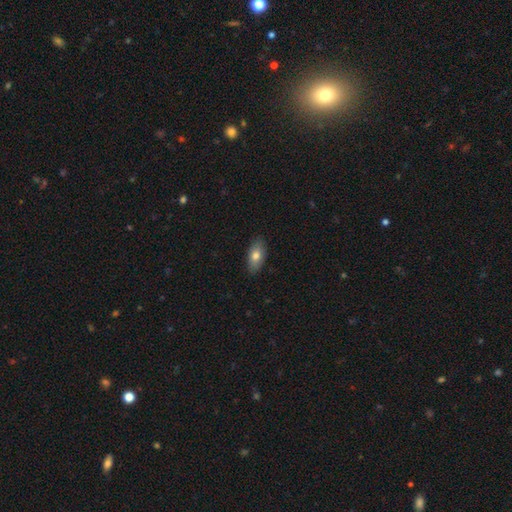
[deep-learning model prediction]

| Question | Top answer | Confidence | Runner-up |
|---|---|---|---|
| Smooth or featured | smooth | 77% | featured or disk (16%) |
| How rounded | in between | 90% | cigar-shaped (6%) |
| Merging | none | 87% | minor disturbance (10%) |